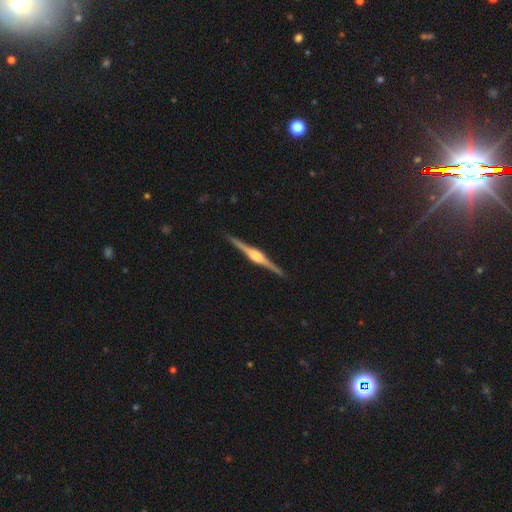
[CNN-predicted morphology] The model was most divided on "edge-on bulge": rounded: 80%, boxy: 17%, none: 3%. More confident: edge-on disk — yes (99%); merging — none (91%); smooth or featured — featured or disk (88%).